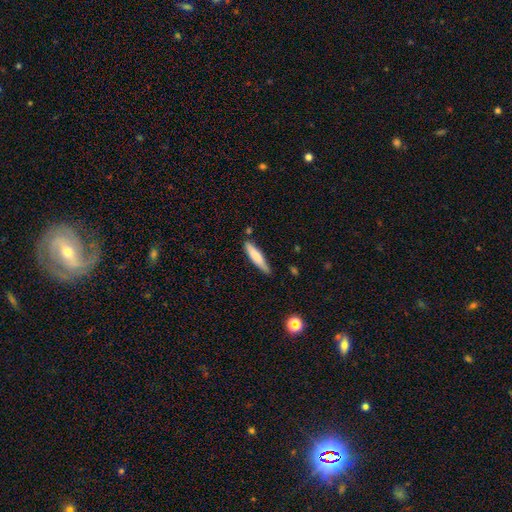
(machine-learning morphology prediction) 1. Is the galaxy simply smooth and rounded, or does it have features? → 74% smooth, 20% featured or disk, 6% star or artifact.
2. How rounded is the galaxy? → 84% cigar-shaped, 15% in between, 1% round.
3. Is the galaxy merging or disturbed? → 78% none, 16% minor disturbance, 3% merger, 3% major disturbance.